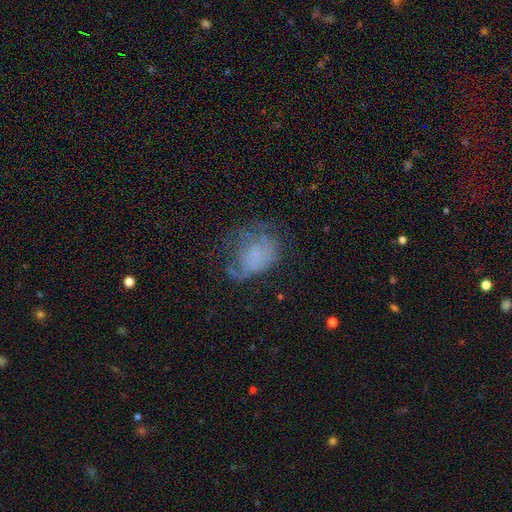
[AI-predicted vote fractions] This appears to be a featured or disk galaxy (44%). Merging: major disturbance (37%).